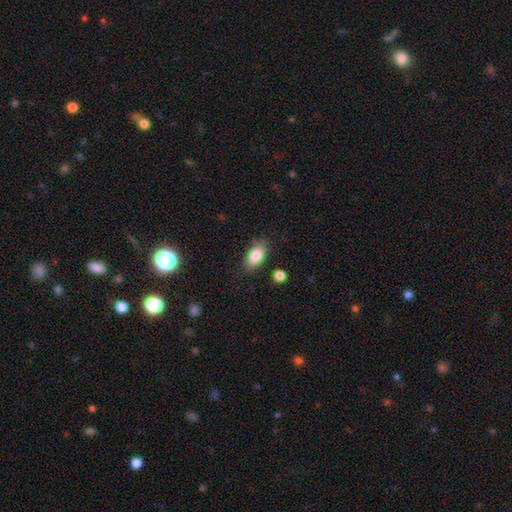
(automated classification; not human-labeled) A smooth galaxy with no disk features (85%) that is in between round and cigar-shaped (89%).

Vote fractions:
- Smooth or featured? smooth: 85% / featured or disk: 8% / star or artifact: 8%
- How rounded? in between: 89% / round: 7% / cigar-shaped: 4%
- Merging? none: 80% / minor disturbance: 14% / major disturbance: 3% / merger: 2%